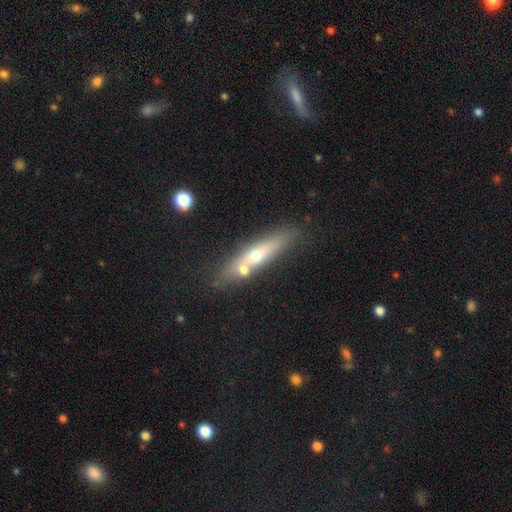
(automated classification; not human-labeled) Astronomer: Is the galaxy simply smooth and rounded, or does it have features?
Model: smooth — 46% (runner-up: featured or disk, 45%).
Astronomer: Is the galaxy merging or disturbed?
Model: none — 66%.